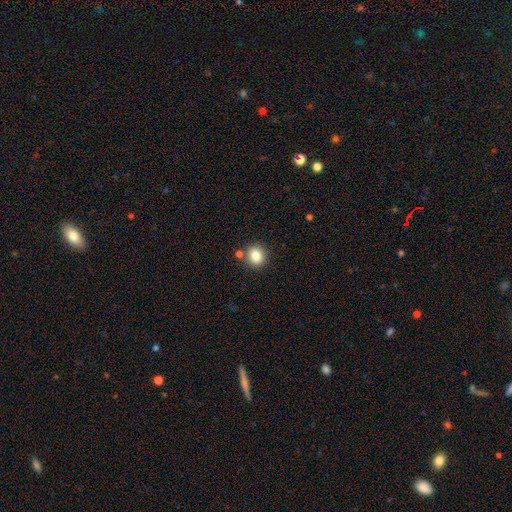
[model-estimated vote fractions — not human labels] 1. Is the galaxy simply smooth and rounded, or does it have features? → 83% smooth, 11% star or artifact, 7% featured or disk.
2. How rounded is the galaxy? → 83% round, 16% in between, 1% cigar-shaped.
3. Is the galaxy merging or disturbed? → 80% none, 9% merger, 9% minor disturbance, 2% major disturbance.